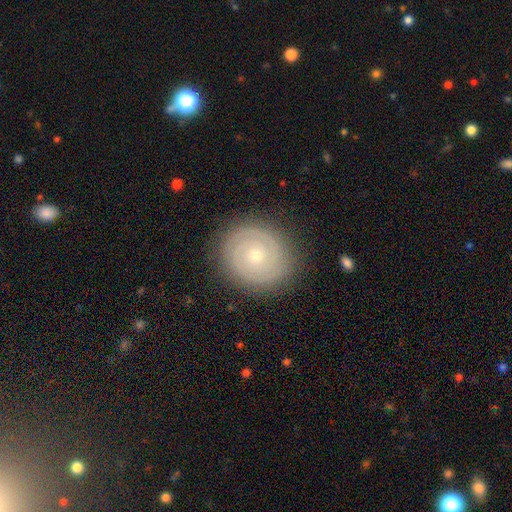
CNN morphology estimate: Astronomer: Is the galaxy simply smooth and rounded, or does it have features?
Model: featured or disk — 80%.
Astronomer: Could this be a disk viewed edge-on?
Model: no — 98%.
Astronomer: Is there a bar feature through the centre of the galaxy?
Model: no — 81%.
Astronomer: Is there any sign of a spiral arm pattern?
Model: yes — 94%.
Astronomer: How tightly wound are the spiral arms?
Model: tight — 83%.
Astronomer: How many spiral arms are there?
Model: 2 — 64%.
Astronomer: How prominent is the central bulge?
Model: small — 68%.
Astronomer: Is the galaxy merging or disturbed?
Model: none — 87%.